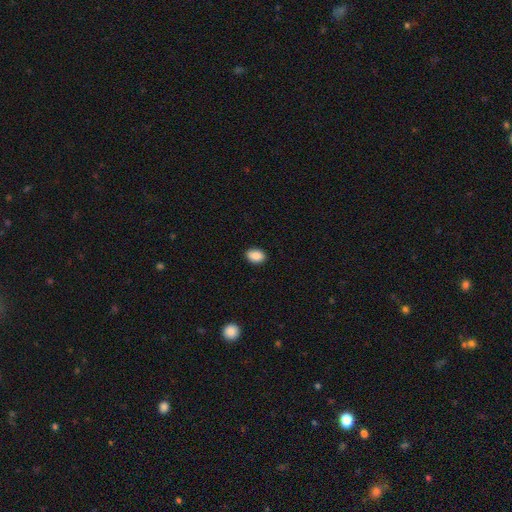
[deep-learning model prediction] smooth_or_featured: smooth (p=0.89) [alt: star or artifact p=0.08]
how_rounded: in between (p=0.81) [alt: round p=0.18]
merging: none (p=0.89) [alt: minor disturbance p=0.08]